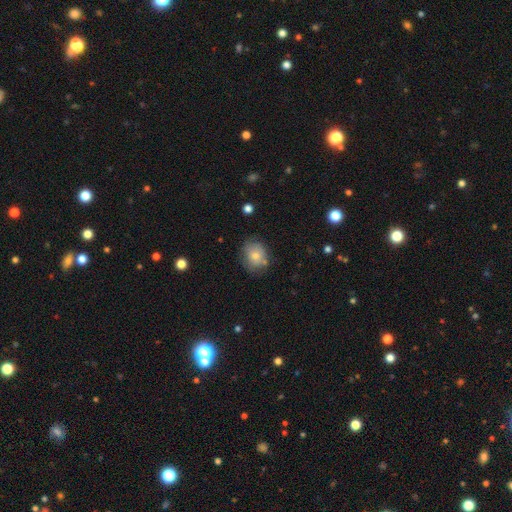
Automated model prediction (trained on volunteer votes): Smooth or featured? Predicted: smooth (p=0.76). How rounded? Predicted: round (p=0.61). Merging? Predicted: none (p=0.69).